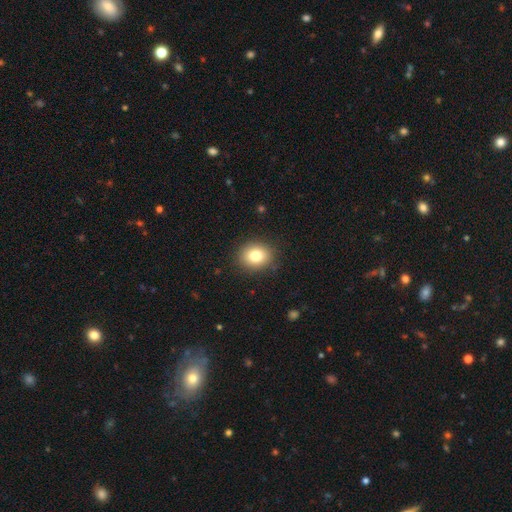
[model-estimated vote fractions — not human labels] smooth_or_featured: smooth (p=0.81) [alt: star or artifact p=0.10]
how_rounded: round (p=0.64) [alt: in between p=0.35]
merging: none (p=0.88) [alt: minor disturbance p=0.08]